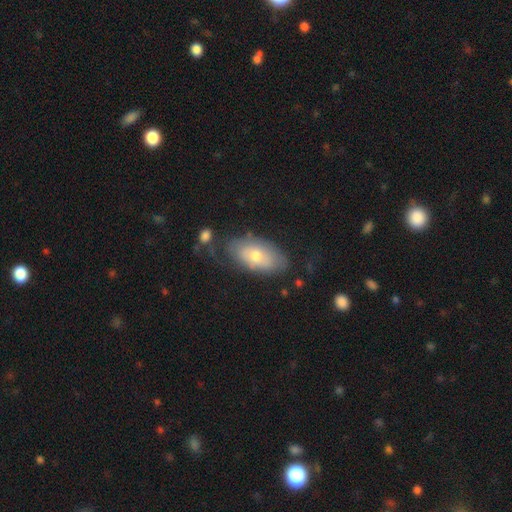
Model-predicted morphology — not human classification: smooth-or-featured: smooth: 58% | featured or disk: 36% | star or artifact: 7%
  how-rounded: in between: 92% | round: 5% | cigar-shaped: 4%
  merging: none: 63% | minor disturbance: 23% | major disturbance: 9% | merger: 5%